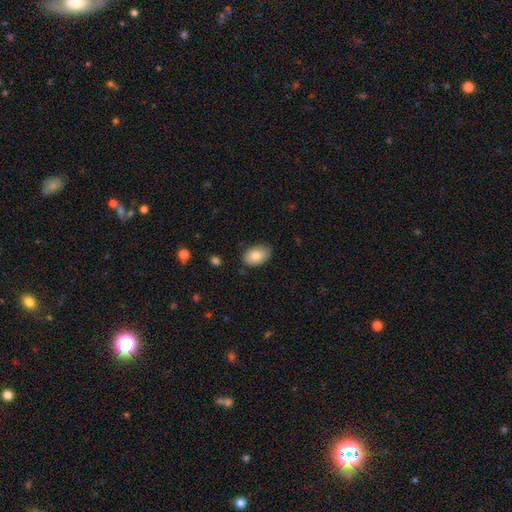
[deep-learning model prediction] Smooth or featured: smooth — 81% (featured or disk — 12%)
How rounded: in between — 90% (round — 9%)
Merging: none — 79% (minor disturbance — 17%)